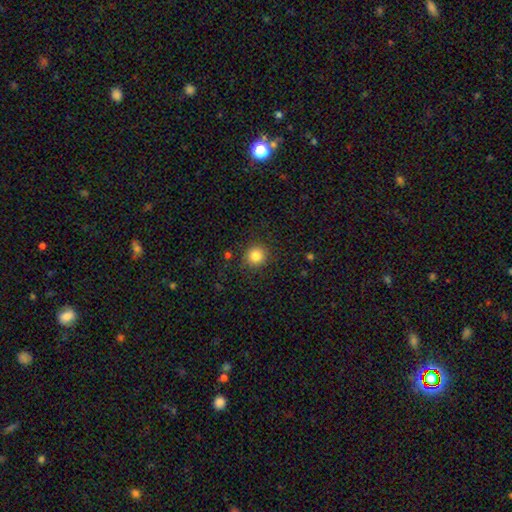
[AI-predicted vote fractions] Overall: smooth (84%). How rounded: round (92%). Merging: none (89%).